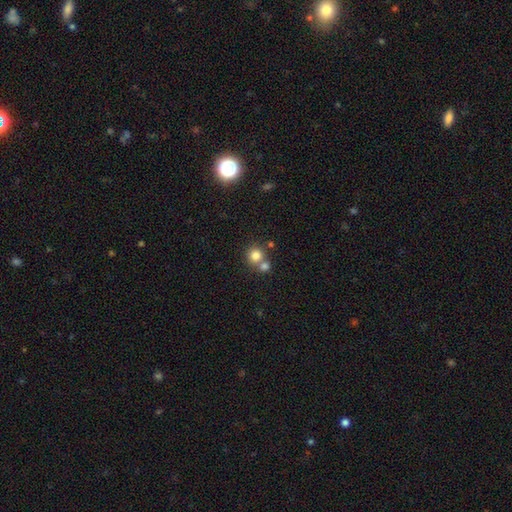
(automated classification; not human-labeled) Smooth or featured?
  - smooth: 80% *
  - star or artifact: 12%
  - featured or disk: 9%
How rounded?
  - round: 90% *
  - in between: 9%
  - cigar-shaped: 1%
Merging?
  - none: 51% *
  - merger: 40%
  - minor disturbance: 6%
  - major disturbance: 2%